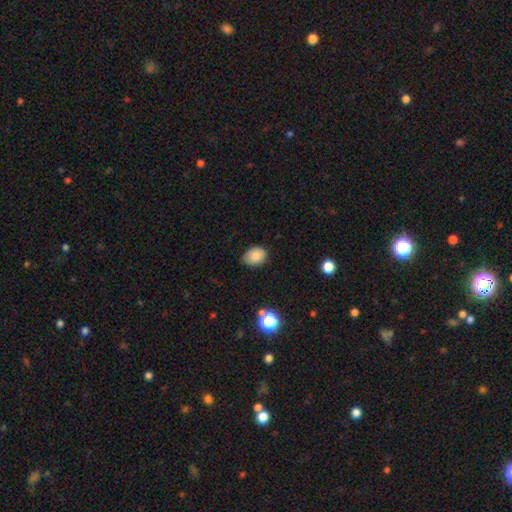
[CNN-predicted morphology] type=smooth (83%); roundness=in between (73%); merging=none (72%).